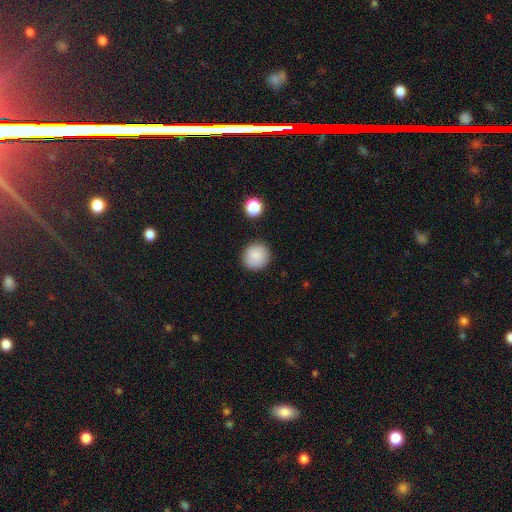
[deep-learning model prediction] smooth-or-featured: smooth: 85% | star or artifact: 9% | featured or disk: 6%
  how-rounded: round: 93% | in between: 6% | cigar-shaped: 1%
  merging: none: 88% | minor disturbance: 7% | major disturbance: 2% | merger: 2%